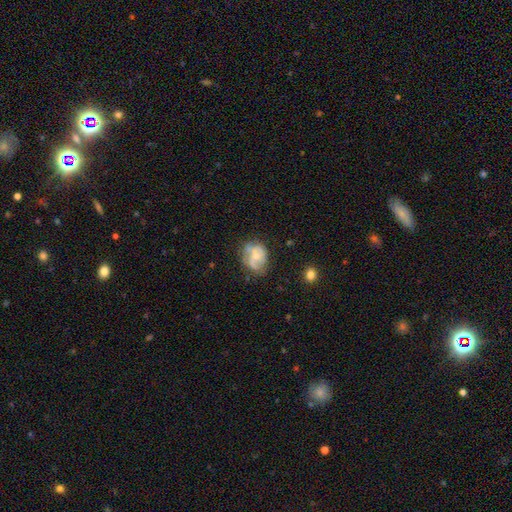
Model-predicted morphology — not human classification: A featured or disk galaxy (57%) with no bar (69%), spiral arms (70%) and a small central bulge (50%).

Vote fractions:
- Smooth or featured? featured or disk: 57% / smooth: 35% / star or artifact: 8%
- Edge-on disk? no: 97% / yes: 3%
- Bar? no: 69% / weak: 26% / strong: 5%
- Spiral arms? yes: 70% / no: 30%
- Bulge size? small: 50% / moderate: 39% / none: 7% / large: 2% / dominant: 1%
- Merging? none: 50% / minor disturbance: 30% / major disturbance: 16% / merger: 4%